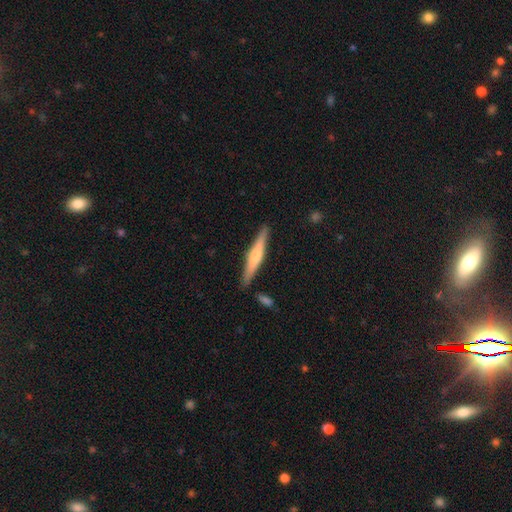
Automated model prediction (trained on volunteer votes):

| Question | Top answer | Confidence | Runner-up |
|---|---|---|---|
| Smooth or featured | featured or disk | 51% | smooth (44%) |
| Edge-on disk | yes | 96% | no (4%) |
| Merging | none | 86% | minor disturbance (9%) |